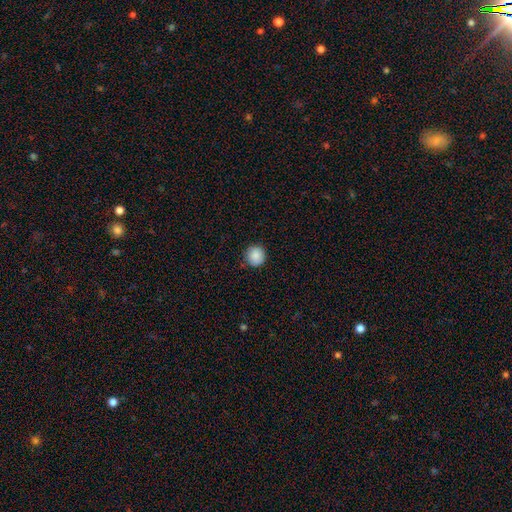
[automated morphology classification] A smooth galaxy with no disk features (88%) that is round (93%). Merging: none (89%).